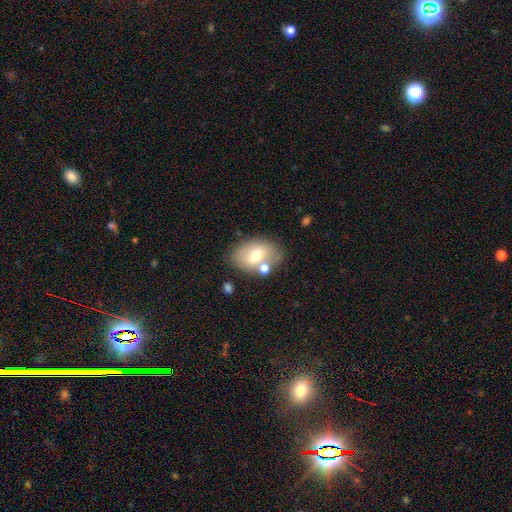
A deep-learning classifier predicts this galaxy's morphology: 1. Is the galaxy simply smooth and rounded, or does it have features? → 64% smooth, 27% featured or disk, 9% star or artifact.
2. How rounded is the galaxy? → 80% in between, 19% round, 1% cigar-shaped.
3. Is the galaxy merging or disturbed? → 65% none, 15% merger, 15% minor disturbance, 5% major disturbance.